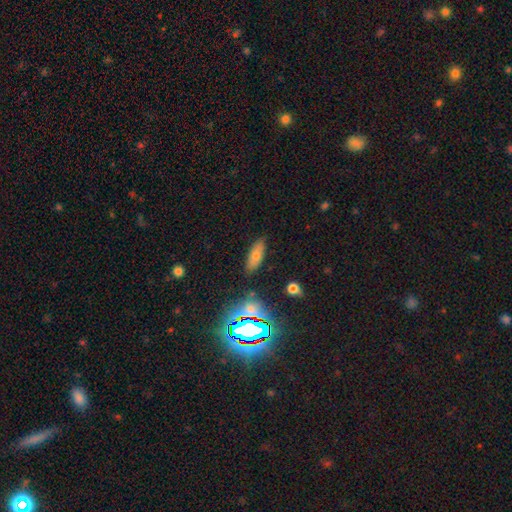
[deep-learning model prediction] Smooth or featured: smooth — 56% (star or artifact — 27%)
How rounded: in between — 66% (cigar-shaped — 29%)
Merging: none — 86% (minor disturbance — 9%)